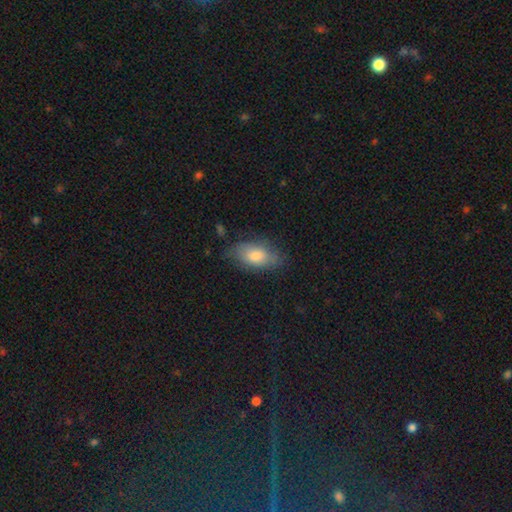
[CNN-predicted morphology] A smooth galaxy with no disk features (77%) that is in between round and cigar-shaped (89%). Merging: none (73%).